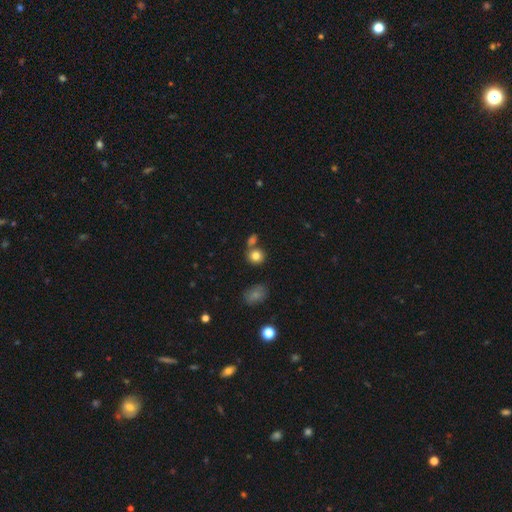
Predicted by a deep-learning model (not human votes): Smooth or featured?
  - smooth: 81% *
  - star or artifact: 11%
  - featured or disk: 8%
How rounded?
  - round: 81% *
  - in between: 18%
  - cigar-shaped: 1%
Merging?
  - none: 63% *
  - merger: 23%
  - minor disturbance: 10%
  - major disturbance: 3%